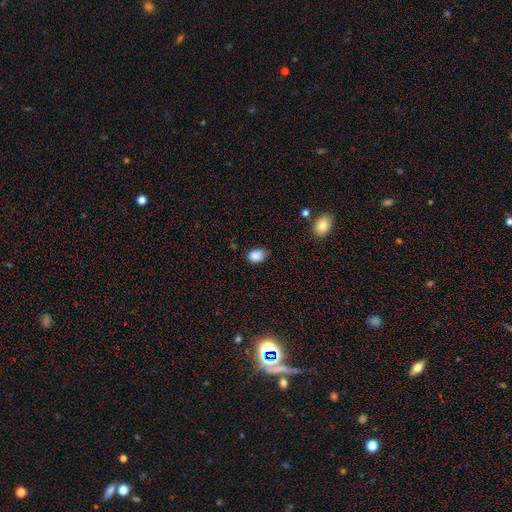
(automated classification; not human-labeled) Q: Smooth or featured?
A: smooth (85%); runner-up: star or artifact (10%)
Q: How rounded?
A: in between (63%); runner-up: round (36%)
Q: Merging?
A: none (57%); runner-up: minor disturbance (34%)